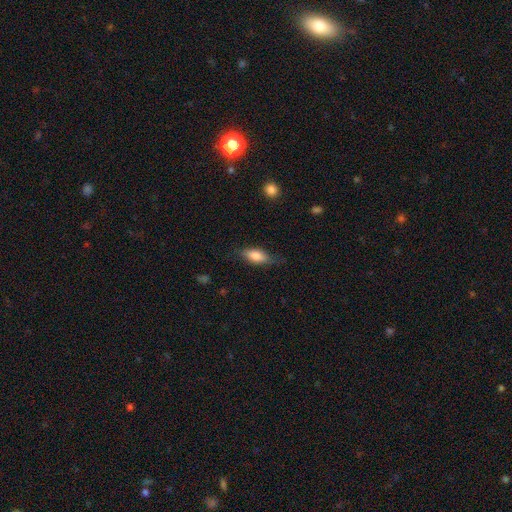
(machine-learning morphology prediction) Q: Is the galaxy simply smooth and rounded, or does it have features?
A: smooth — 76%.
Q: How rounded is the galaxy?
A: in between — 79%.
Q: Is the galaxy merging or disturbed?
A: none — 70%.